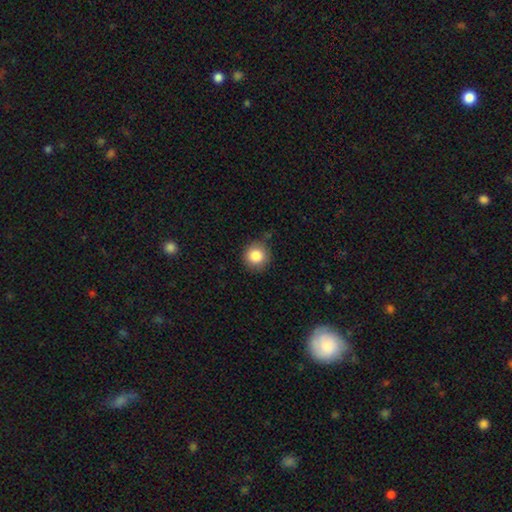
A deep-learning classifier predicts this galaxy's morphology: type=smooth (85%); roundness=round (93%); merging=none (83%).